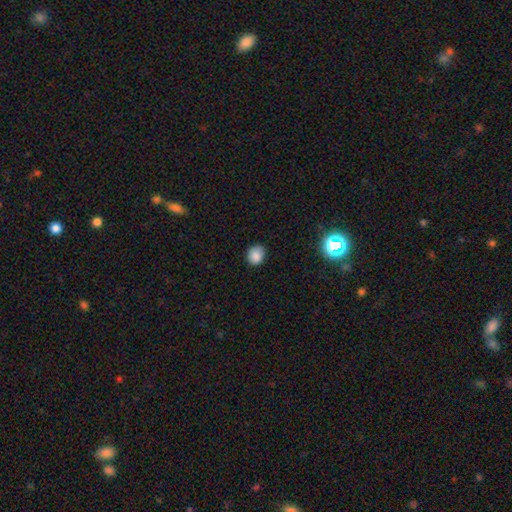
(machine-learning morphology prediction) A smooth galaxy with no disk features (85%) that is round (67%).

Vote fractions:
- Smooth or featured? smooth: 85% / star or artifact: 11% / featured or disk: 4%
- How rounded? round: 67% / in between: 32% / cigar-shaped: 1%
- Merging? none: 82% / minor disturbance: 15% / major disturbance: 3% / merger: 1%